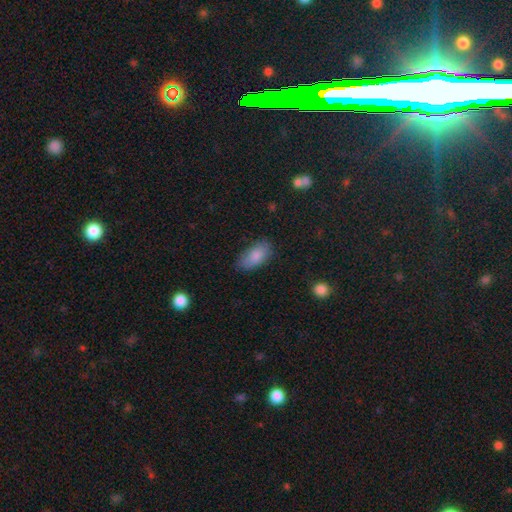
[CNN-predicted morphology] A smooth galaxy with no disk features (85%) that is in between round and cigar-shaped (92%). Merging: none (77%).